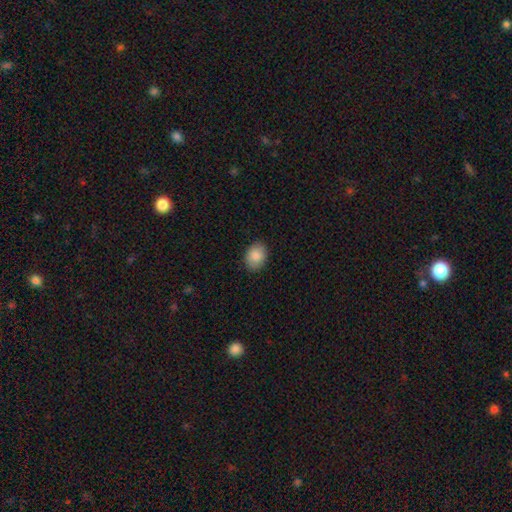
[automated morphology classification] A smooth galaxy with no disk features (88%) that is in between round and cigar-shaped (64%). Merging: none (88%).